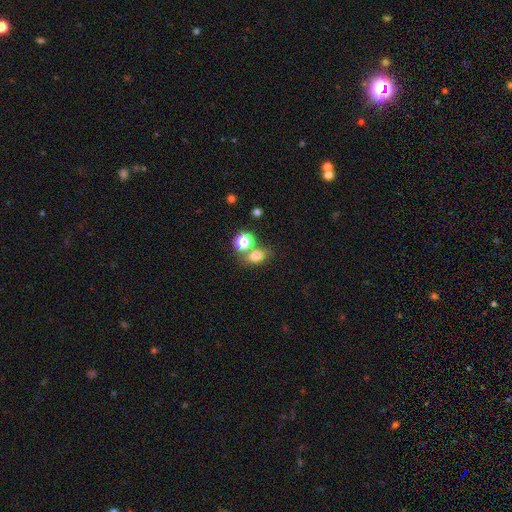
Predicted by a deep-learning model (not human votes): This appears to be a smooth galaxy with no disk features (77%) that is in between round and cigar-shaped (57%). Merging: none (47%).